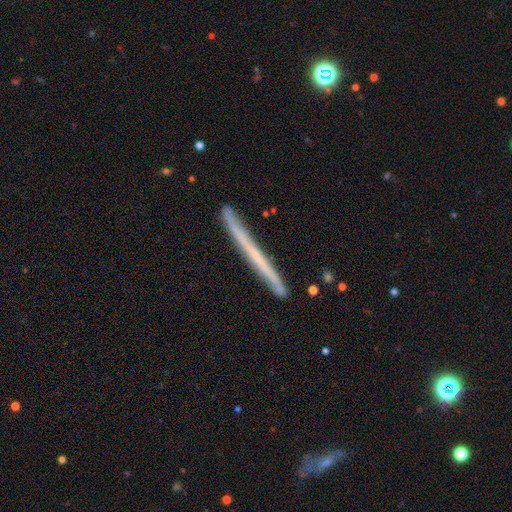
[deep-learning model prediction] smooth-or-featured: featured or disk: 51% | smooth: 43% | star or artifact: 7%
  disk-edge-on: yes: 97% | no: 3%
  merging: none: 90% | minor disturbance: 8% | merger: 1% | major disturbance: 1%